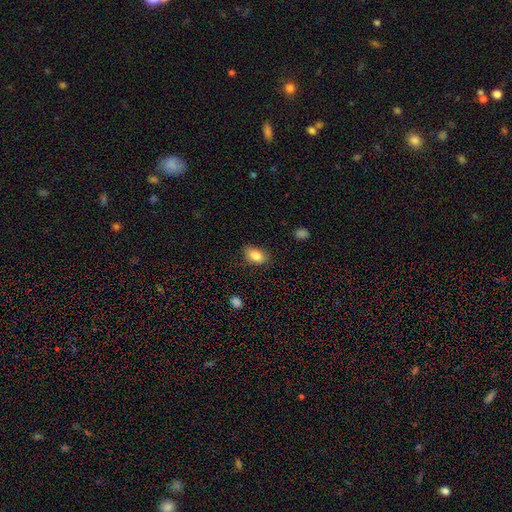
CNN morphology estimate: A smooth galaxy with no disk features (86%) that is in between round and cigar-shaped (88%).

Vote fractions:
- Smooth or featured? smooth: 86% / star or artifact: 8% / featured or disk: 6%
- How rounded? in between: 88% / round: 10% / cigar-shaped: 1%
- Merging? none: 80% / minor disturbance: 15% / major disturbance: 3% / merger: 1%